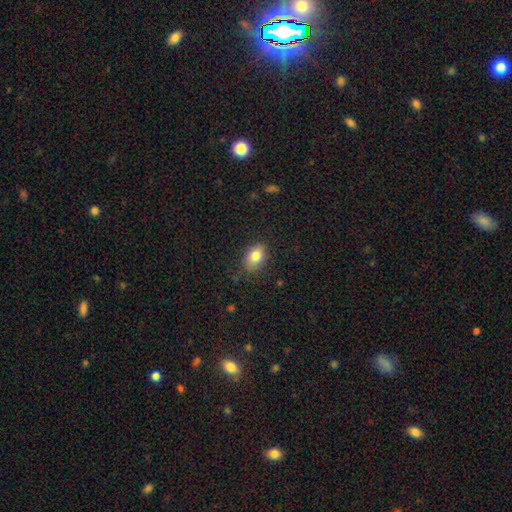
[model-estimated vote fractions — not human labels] Smooth or featured? Predicted: smooth (p=0.82). How rounded? Predicted: in between (p=0.79). Merging? Predicted: none (p=0.79).